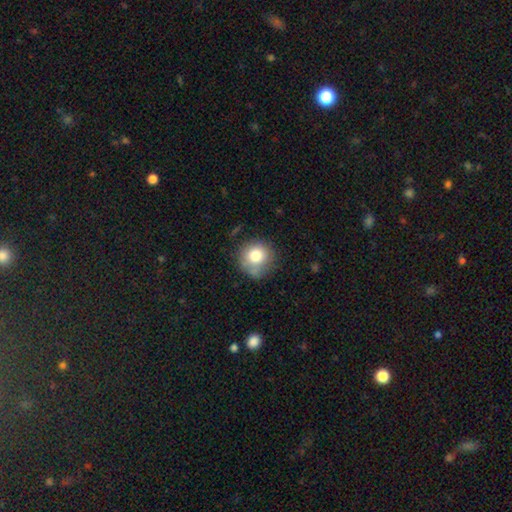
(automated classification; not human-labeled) Smooth or featured? smooth (79%)
How rounded? round (90%)
Merging? none (67%)